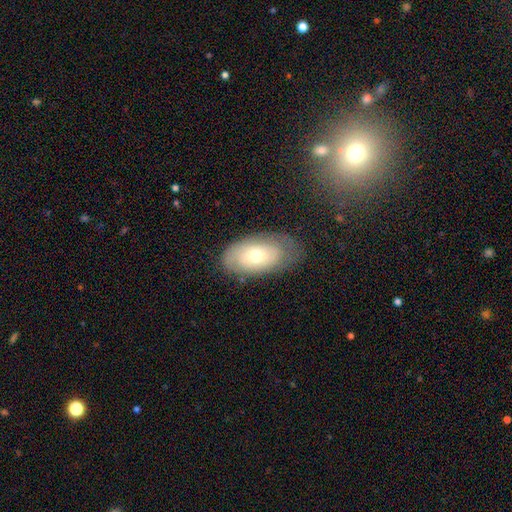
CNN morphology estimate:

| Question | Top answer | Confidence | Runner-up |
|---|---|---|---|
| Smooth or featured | smooth | 57% | featured or disk (35%) |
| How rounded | in between | 92% | round (5%) |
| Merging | none | 68% | minor disturbance (22%) |